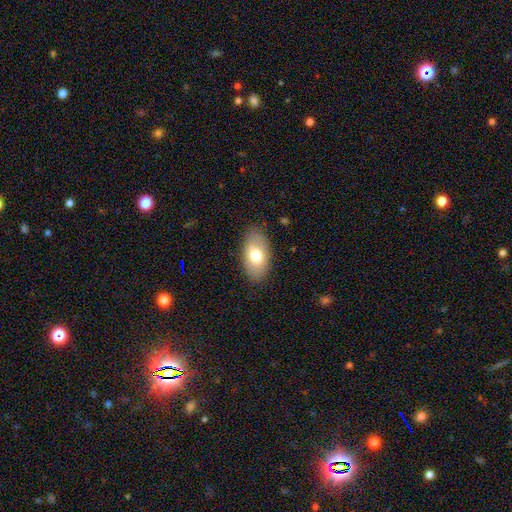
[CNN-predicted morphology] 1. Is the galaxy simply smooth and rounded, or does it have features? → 74% smooth, 20% featured or disk, 7% star or artifact.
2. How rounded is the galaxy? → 93% in between, 4% round, 2% cigar-shaped.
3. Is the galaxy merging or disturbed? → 84% none, 12% minor disturbance, 3% major disturbance, 1% merger.